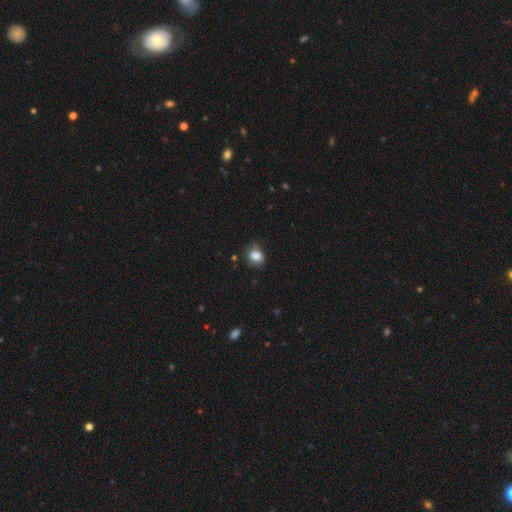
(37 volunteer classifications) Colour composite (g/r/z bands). It shows a smooth galaxy with no disk features (95%) that is round (54%). Merging: none (61%).